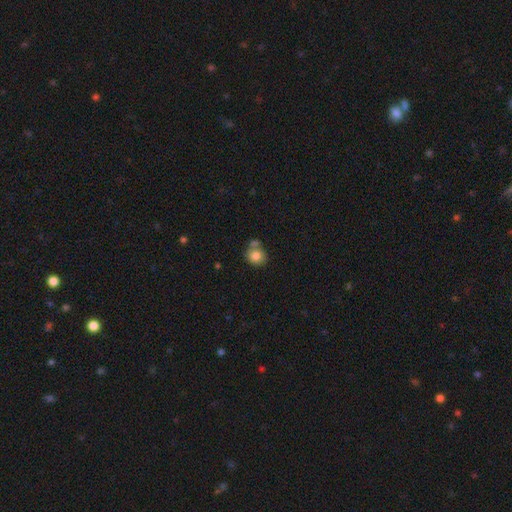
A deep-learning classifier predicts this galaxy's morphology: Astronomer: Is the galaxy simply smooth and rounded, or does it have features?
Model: smooth — 81%.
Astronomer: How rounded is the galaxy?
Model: round — 81%.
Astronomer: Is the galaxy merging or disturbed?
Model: none — 58%.